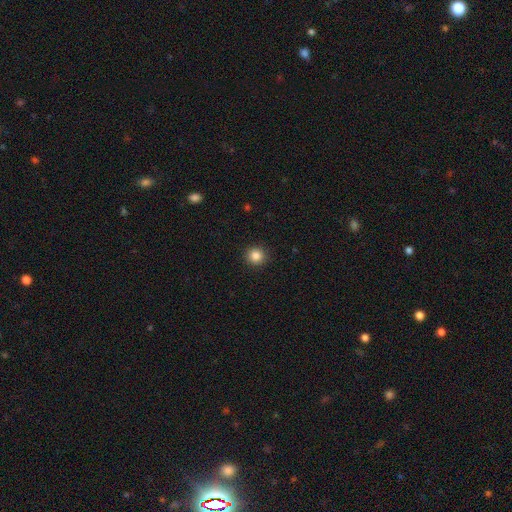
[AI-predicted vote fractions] Q: Smooth or featured?
A: smooth (85%); runner-up: star or artifact (11%)
Q: How rounded?
A: round (94%); runner-up: in between (5%)
Q: Merging?
A: none (92%); runner-up: minor disturbance (5%)